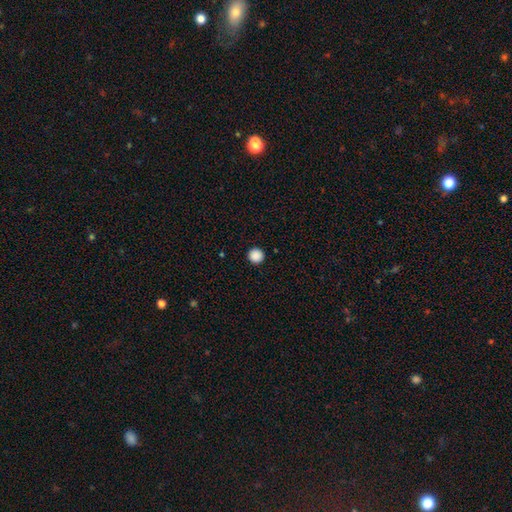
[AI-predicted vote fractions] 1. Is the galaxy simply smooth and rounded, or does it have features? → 88% smooth, 10% star or artifact, 2% featured or disk.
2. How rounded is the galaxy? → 96% round, 3% in between, 1% cigar-shaped.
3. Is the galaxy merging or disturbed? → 93% none, 4% minor disturbance, 1% major disturbance, 1% merger.